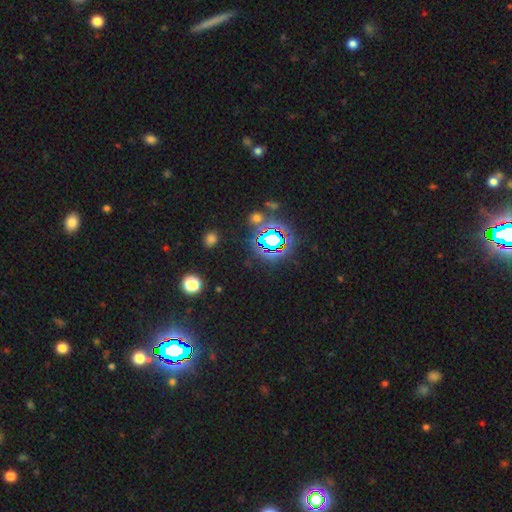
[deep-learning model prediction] Smooth or featured: star or artifact — 81% (smooth — 12%)